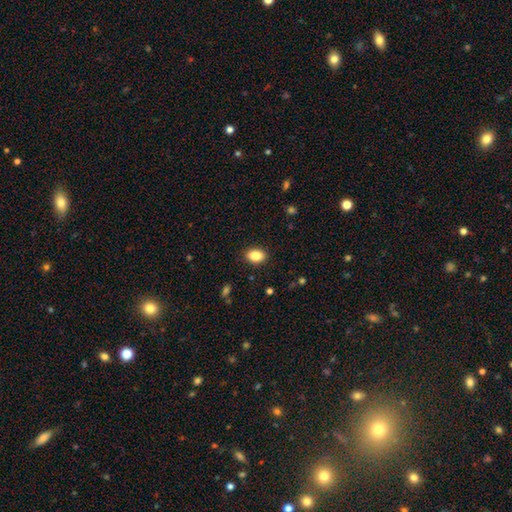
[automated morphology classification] A smooth galaxy with no disk features (86%) that is in between round and cigar-shaped (80%). Merging: none (89%).